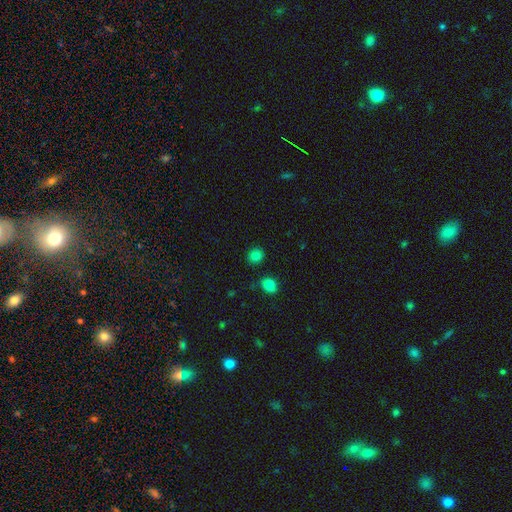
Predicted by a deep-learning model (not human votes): Smooth or featured? Predicted: smooth (p=0.83). How rounded? Predicted: round (p=0.78). Merging? Predicted: none (p=0.86).